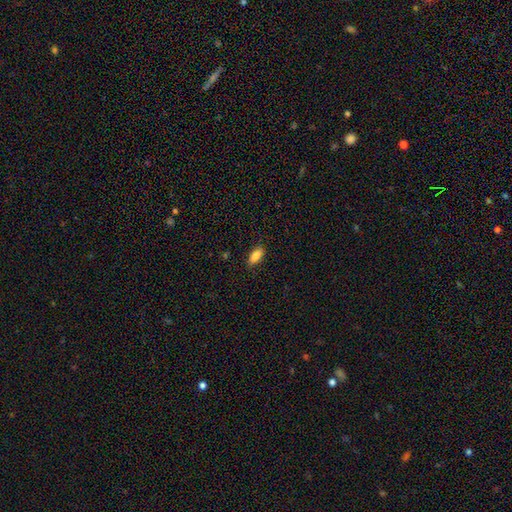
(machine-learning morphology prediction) type=smooth (85%); roundness=in between (88%); merging=none (85%).